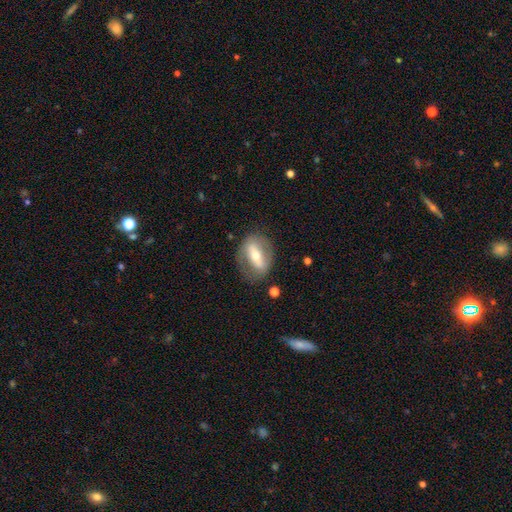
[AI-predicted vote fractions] The model was most divided on "bulge size": moderate: 60%, small: 33%, large: 5%, dominant: 1%, none: 1%. More confident: edge-on disk — no (82%); merging — none (74%); spiral arms — no (64%); bar — strong (64%); smooth or featured — featured or disk (62%).